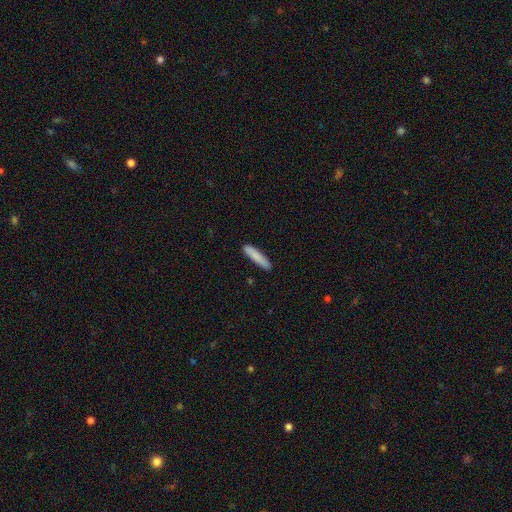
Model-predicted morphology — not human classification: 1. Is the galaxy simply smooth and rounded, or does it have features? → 85% smooth, 9% featured or disk, 6% star or artifact.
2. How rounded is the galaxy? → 88% cigar-shaped, 11% in between, 1% round.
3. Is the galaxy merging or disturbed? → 87% none, 10% minor disturbance, 2% major disturbance, 1% merger.